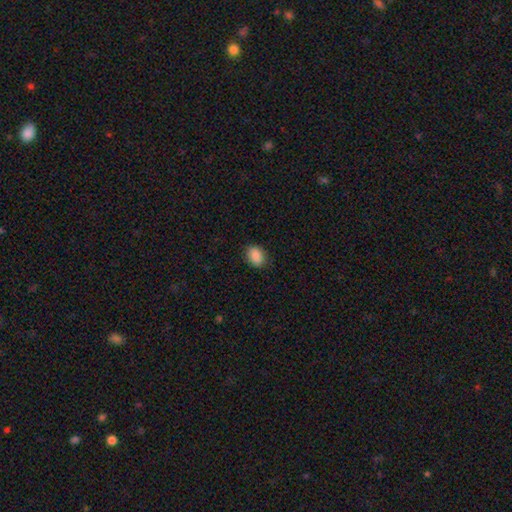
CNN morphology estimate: Smooth or featured?
  - smooth: 90% *
  - star or artifact: 8%
  - featured or disk: 3%
How rounded?
  - in between: 76% *
  - round: 23%
  - cigar-shaped: 1%
Merging?
  - none: 85% *
  - minor disturbance: 12%
  - major disturbance: 3%
  - merger: 1%